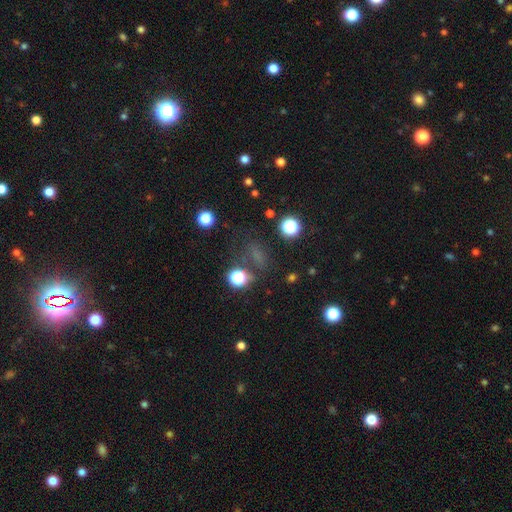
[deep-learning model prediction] Smooth or featured: smooth — 46% (star or artifact — 44%)
Merging: none — 63% (minor disturbance — 16%)